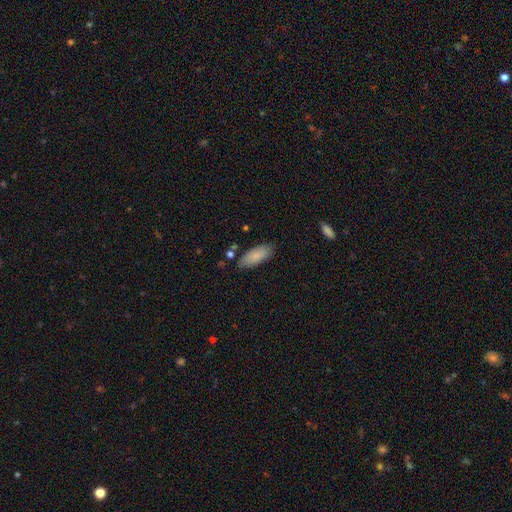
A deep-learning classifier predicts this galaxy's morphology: The model was most divided on "how rounded": in between: 79%, cigar-shaped: 19%, round: 2%. More confident: smooth or featured — smooth (84%); merging — none (78%).